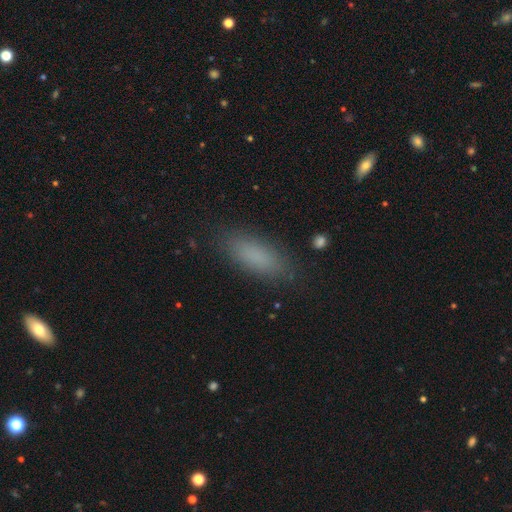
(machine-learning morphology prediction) Smooth or featured? Predicted: smooth (p=0.83). How rounded? Predicted: in between (p=0.68). Merging? Predicted: none (p=0.85).